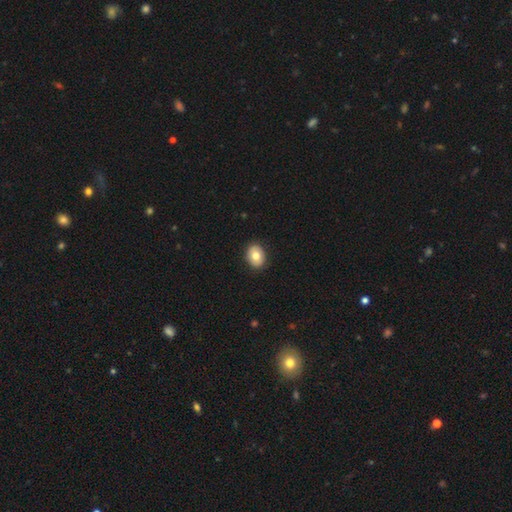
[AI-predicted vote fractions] Smooth or featured: smooth — 78% (featured or disk — 15%)
How rounded: in between — 62% (round — 37%)
Merging: none — 89% (minor disturbance — 8%)